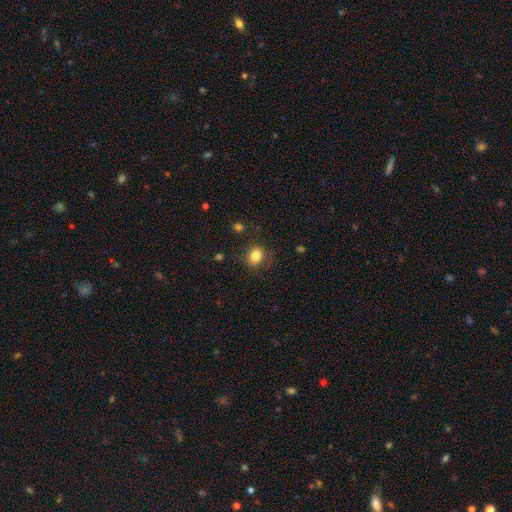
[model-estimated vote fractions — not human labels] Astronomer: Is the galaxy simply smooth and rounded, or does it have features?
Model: smooth — 82%.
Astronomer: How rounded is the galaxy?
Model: round — 59% (runner-up: in between, 40%).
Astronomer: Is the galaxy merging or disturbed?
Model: none — 78%.